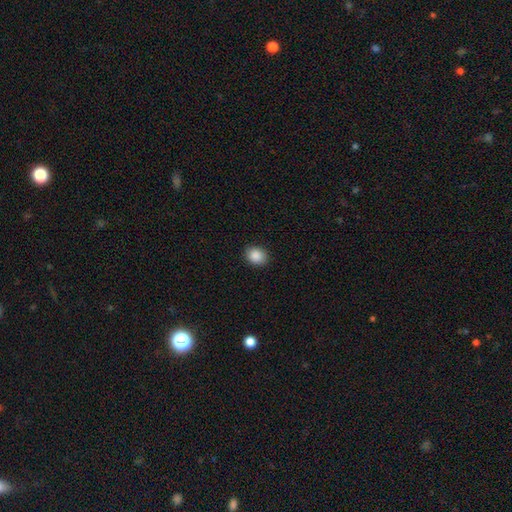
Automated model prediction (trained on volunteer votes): Smooth or featured? smooth (88%)
How rounded? round (55%)
Merging? none (89%)